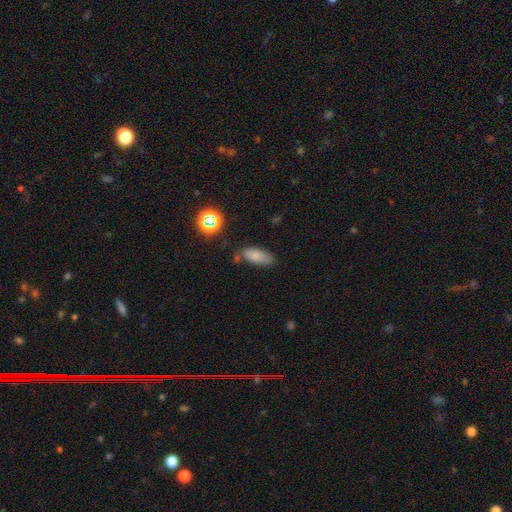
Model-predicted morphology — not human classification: Overall: smooth (78%). How rounded: in between (83%). Merging: none (67%).